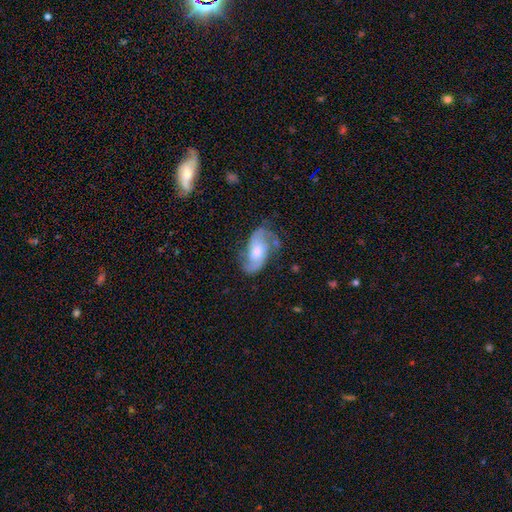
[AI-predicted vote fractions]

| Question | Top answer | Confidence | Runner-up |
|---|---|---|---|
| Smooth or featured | featured or disk | 81% | smooth (14%) |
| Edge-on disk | no | 97% | yes (3%) |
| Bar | no | 51% | weak (39%) |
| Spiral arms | yes | 95% | no (5%) |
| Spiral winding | medium | 50% | loose (27%) |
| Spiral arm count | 2 | 88% | can't tell (5%) |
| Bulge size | moderate | 52% | small (28%) |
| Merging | none | 63% | minor disturbance (23%) |